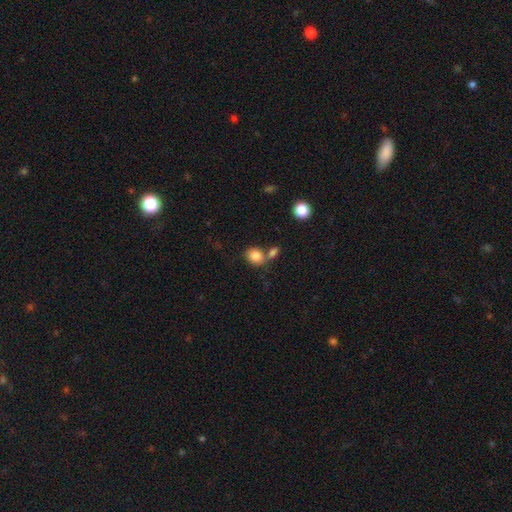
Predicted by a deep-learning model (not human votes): Smooth or featured?
  - smooth: 83% *
  - star or artifact: 9%
  - featured or disk: 7%
How rounded?
  - round: 63% *
  - in between: 36%
  - cigar-shaped: 1%
Merging?
  - none: 57% *
  - merger: 28%
  - minor disturbance: 11%
  - major disturbance: 4%